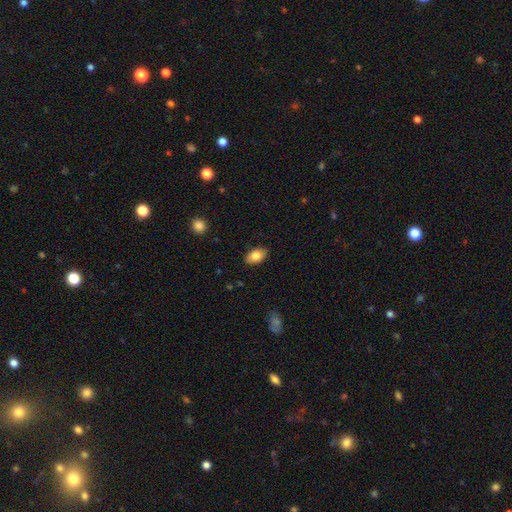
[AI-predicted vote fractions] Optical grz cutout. It shows a smooth galaxy with no disk features (83%) that is in between round and cigar-shaped (91%). Merging: none (86%).